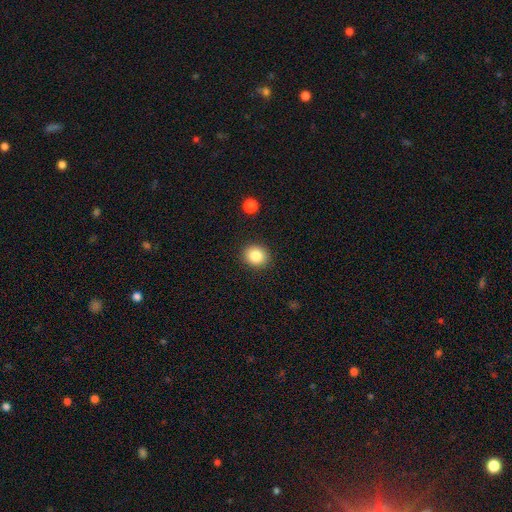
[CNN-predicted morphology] Q: Smooth or featured?
A: smooth (85%); runner-up: star or artifact (9%)
Q: How rounded?
A: round (75%); runner-up: in between (24%)
Q: Merging?
A: none (90%); runner-up: minor disturbance (7%)